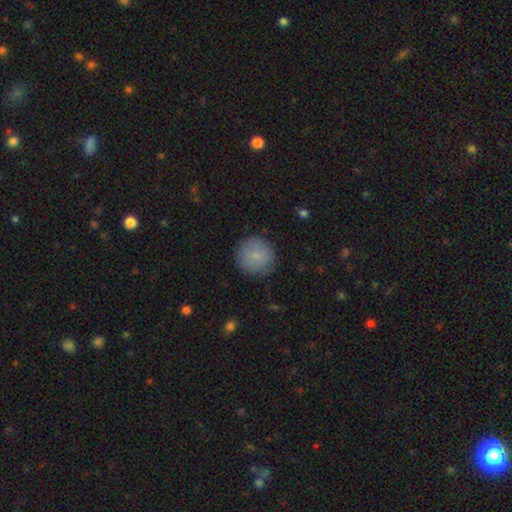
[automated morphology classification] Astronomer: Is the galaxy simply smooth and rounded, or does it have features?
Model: smooth — 82%.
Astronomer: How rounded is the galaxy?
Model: round — 94%.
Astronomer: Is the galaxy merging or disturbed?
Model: none — 87%.